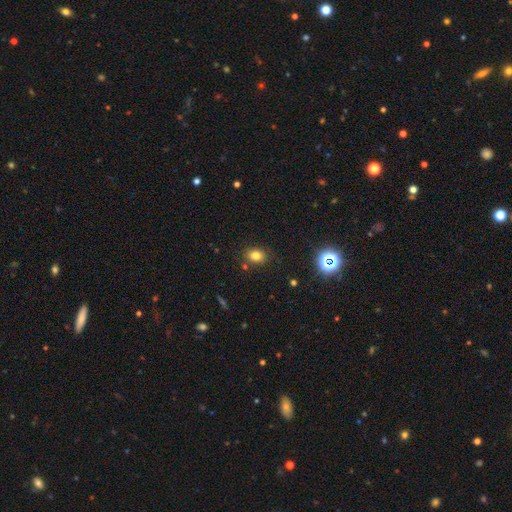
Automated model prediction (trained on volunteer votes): Smooth or featured? Predicted: smooth (p=0.79). How rounded? Predicted: in between (p=0.57). Merging? Predicted: none (p=0.82).